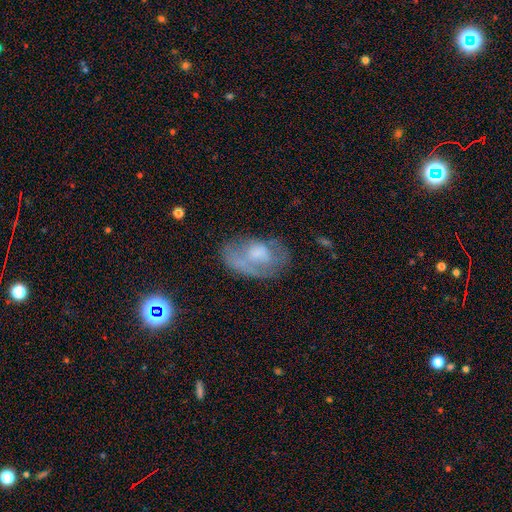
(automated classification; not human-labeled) smooth_or_featured: featured or disk (p=0.48) [alt: smooth p=0.41]
merging: none (p=0.49) [alt: minor disturbance p=0.26]